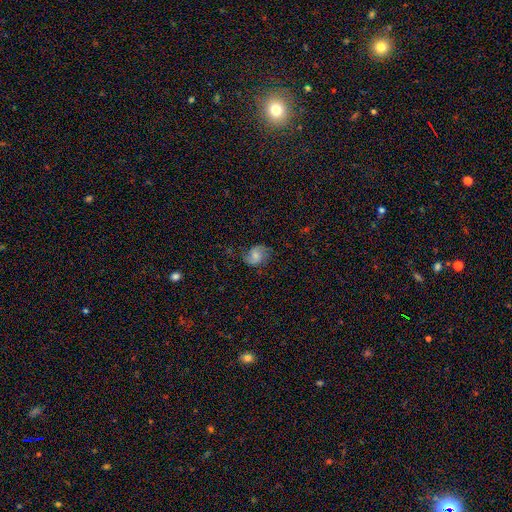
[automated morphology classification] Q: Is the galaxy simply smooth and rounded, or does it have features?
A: featured or disk — 53%.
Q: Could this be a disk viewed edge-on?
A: no — 97%.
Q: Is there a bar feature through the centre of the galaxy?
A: no — 53%.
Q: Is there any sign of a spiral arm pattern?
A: yes — 91%.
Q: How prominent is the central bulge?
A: moderate — 39%.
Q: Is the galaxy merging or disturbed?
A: none — 68%.